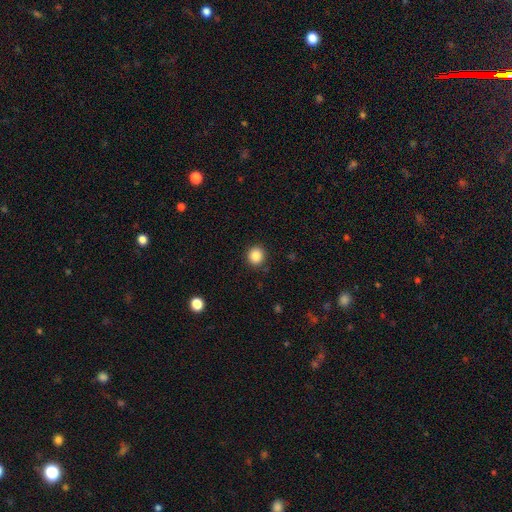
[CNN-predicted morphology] smooth-or-featured: smooth: 87% | star or artifact: 10% | featured or disk: 3%
  how-rounded: round: 86% | in between: 13% | cigar-shaped: 1%
  merging: none: 89% | minor disturbance: 8% | major disturbance: 2% | merger: 1%